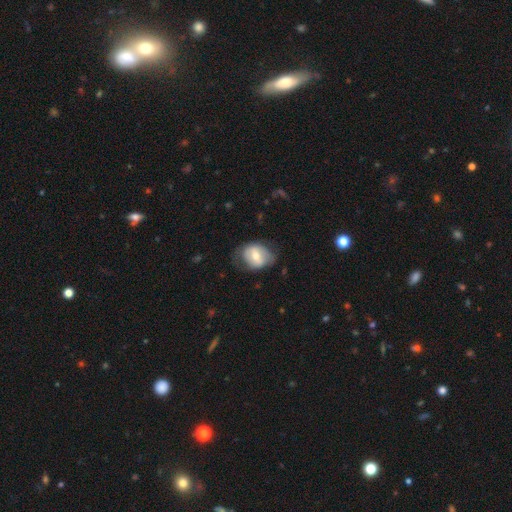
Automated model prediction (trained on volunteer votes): smooth_or_featured: smooth (p=0.55) [alt: featured or disk p=0.38]
how_rounded: in between (p=0.56) [alt: round p=0.43]
merging: none (p=0.59) [alt: minor disturbance p=0.27]